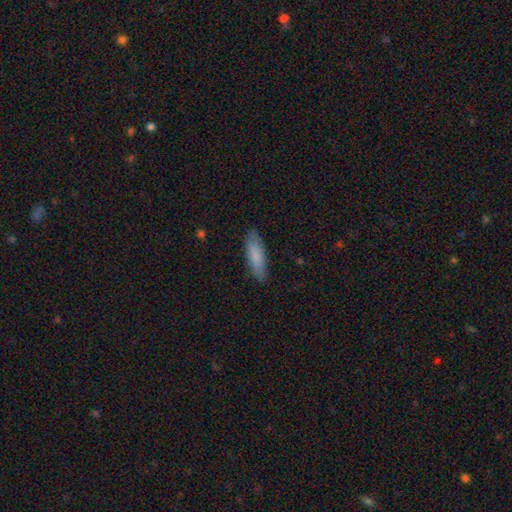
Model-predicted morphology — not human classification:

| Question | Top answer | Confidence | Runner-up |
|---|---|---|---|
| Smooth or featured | smooth | 83% | featured or disk (12%) |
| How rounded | cigar-shaped | 54% | in between (44%) |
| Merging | none | 85% | minor disturbance (12%) |